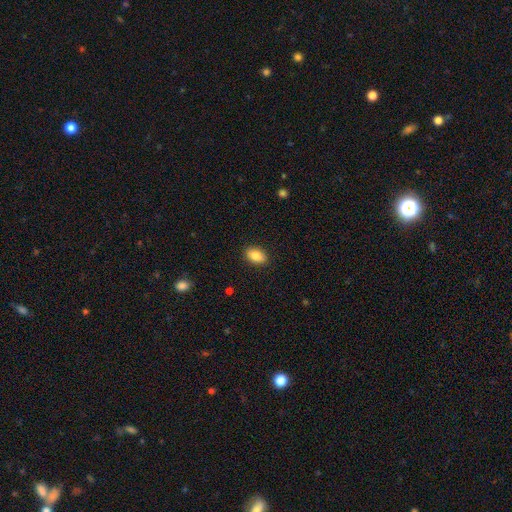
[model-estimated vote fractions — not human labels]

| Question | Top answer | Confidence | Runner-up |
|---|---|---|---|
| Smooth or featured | smooth | 85% | star or artifact (8%) |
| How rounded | in between | 88% | round (11%) |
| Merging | none | 89% | minor disturbance (8%) |